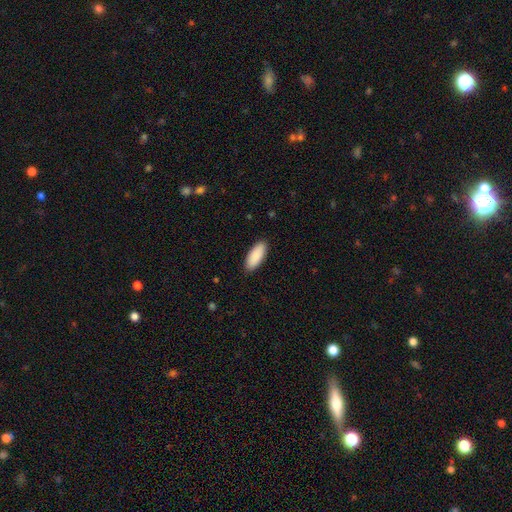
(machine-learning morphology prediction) A smooth galaxy with no disk features (91%) that is in between round and cigar-shaped (83%).

Vote fractions:
- Smooth or featured? smooth: 91% / star or artifact: 5% / featured or disk: 4%
- How rounded? in between: 83% / cigar-shaped: 16% / round: 1%
- Merging? none: 90% / minor disturbance: 8% / major disturbance: 2% / merger: 1%